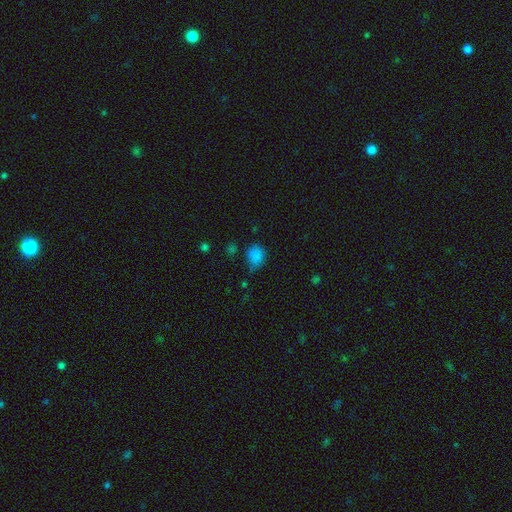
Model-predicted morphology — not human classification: Smooth or featured? Predicted: smooth (p=0.81). How rounded? Predicted: round (p=0.56). Merging? Predicted: none (p=0.53).